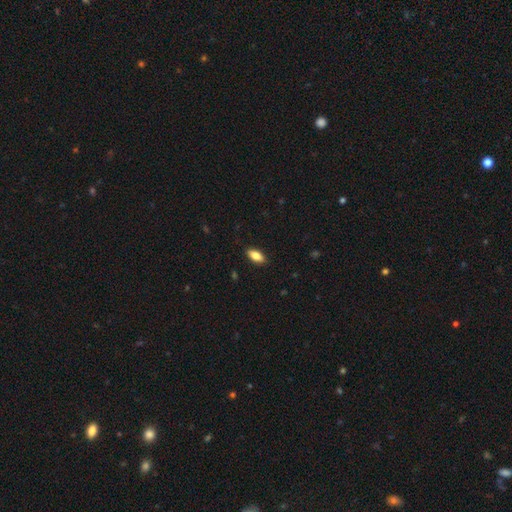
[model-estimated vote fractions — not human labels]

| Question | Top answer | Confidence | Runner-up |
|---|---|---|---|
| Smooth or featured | smooth | 81% | featured or disk (12%) |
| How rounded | in between | 85% | cigar-shaped (12%) |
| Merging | none | 88% | minor disturbance (9%) |